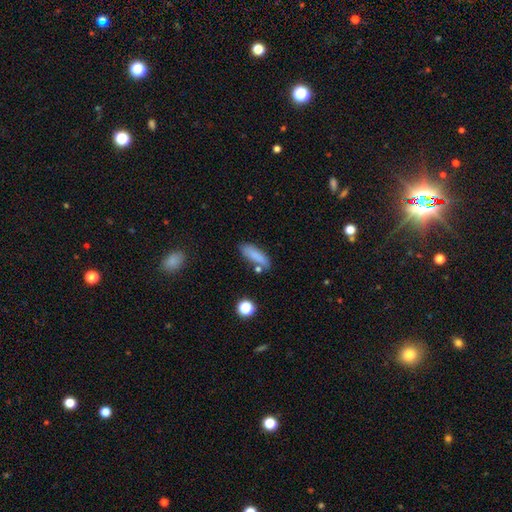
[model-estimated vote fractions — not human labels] smooth_or_featured: smooth (p=0.83) [alt: featured or disk p=0.08]
how_rounded: cigar-shaped (p=0.52) [alt: in between p=0.46]
merging: none (p=0.73) [alt: minor disturbance p=0.16]